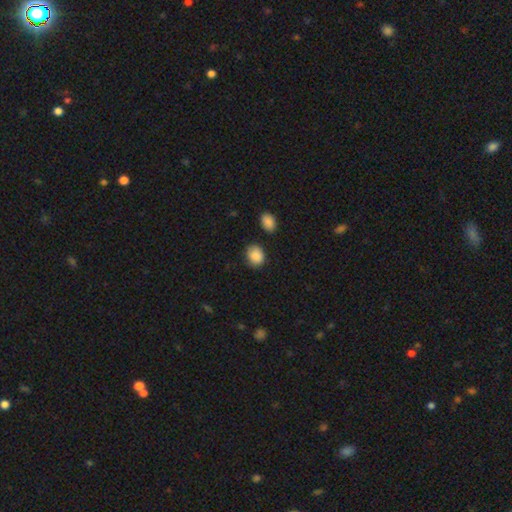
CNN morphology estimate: Smooth or featured: smooth — 89% (star or artifact — 8%)
How rounded: in between — 51% (round — 48%)
Merging: none — 76% (minor disturbance — 17%)